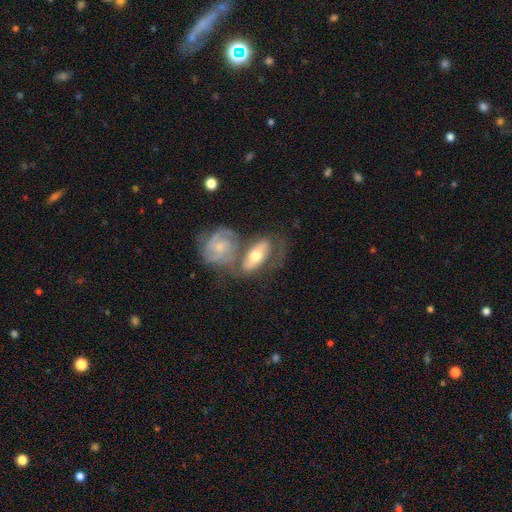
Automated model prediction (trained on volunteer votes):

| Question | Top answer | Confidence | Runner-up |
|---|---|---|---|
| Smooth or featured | featured or disk | 63% | smooth (31%) |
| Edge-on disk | no | 86% | yes (14%) |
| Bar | no | 64% | weak (23%) |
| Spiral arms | yes | 73% | no (27%) |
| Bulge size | moderate | 56% | small (34%) |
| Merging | merger | 42% | none (34%) |